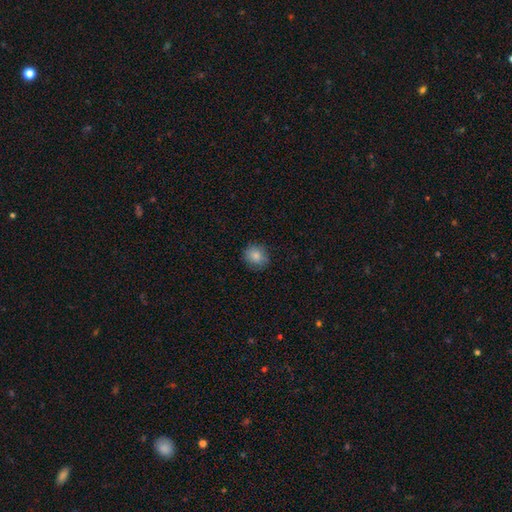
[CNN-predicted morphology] Q: Smooth or featured?
A: smooth (84%); runner-up: star or artifact (9%)
Q: How rounded?
A: round (78%); runner-up: in between (21%)
Q: Merging?
A: none (84%); runner-up: minor disturbance (12%)